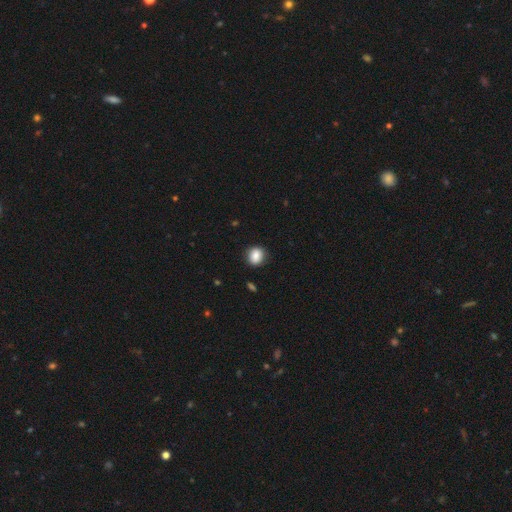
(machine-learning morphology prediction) Smooth or featured?
  - smooth: 85% *
  - star or artifact: 9%
  - featured or disk: 6%
How rounded?
  - round: 70% *
  - in between: 28%
  - cigar-shaped: 1%
Merging?
  - none: 88% *
  - minor disturbance: 9%
  - major disturbance: 2%
  - merger: 1%